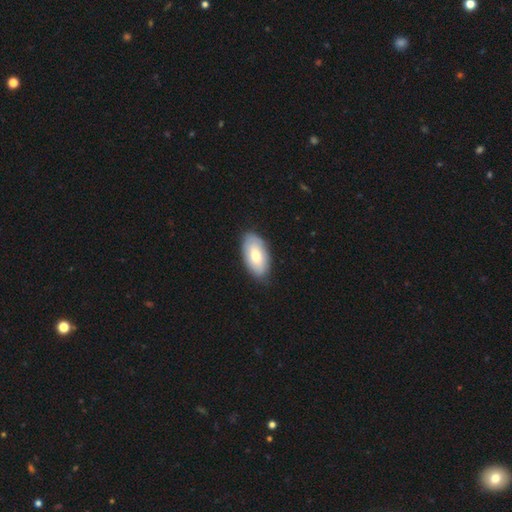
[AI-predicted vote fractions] Smooth or featured?
  - smooth: 69% *
  - featured or disk: 26%
  - star or artifact: 5%
How rounded?
  - in between: 95% *
  - round: 3%
  - cigar-shaped: 3%
Merging?
  - none: 82% *
  - minor disturbance: 15%
  - major disturbance: 3%
  - merger: 1%